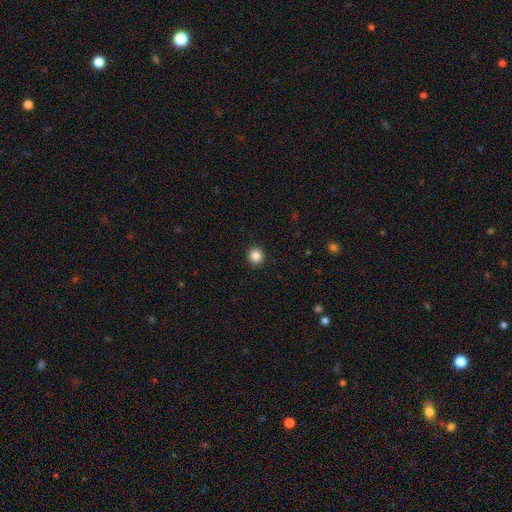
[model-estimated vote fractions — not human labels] smooth-or-featured: smooth: 85% | star or artifact: 11% | featured or disk: 4%
  how-rounded: round: 94% | in between: 5% | cigar-shaped: 1%
  merging: none: 93% | minor disturbance: 4% | major disturbance: 2% | merger: 1%